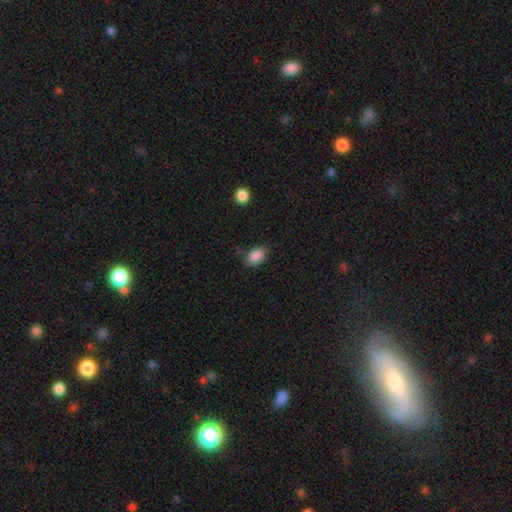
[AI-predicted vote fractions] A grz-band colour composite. It shows a smooth galaxy with no disk features (88%) that is in between round and cigar-shaped (84%). Merging: none (77%).